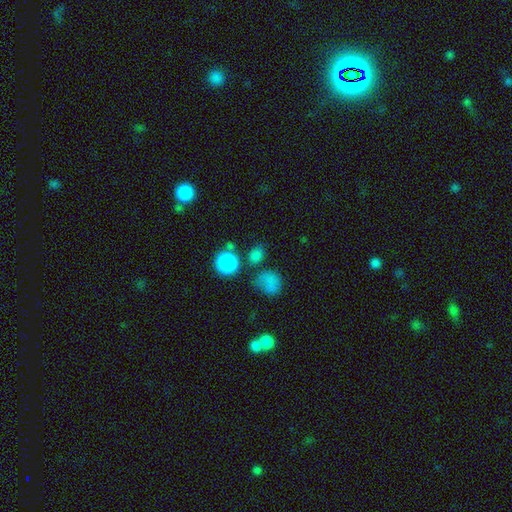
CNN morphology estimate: type=smooth (77%); roundness=round (62%); merging=none (68%).